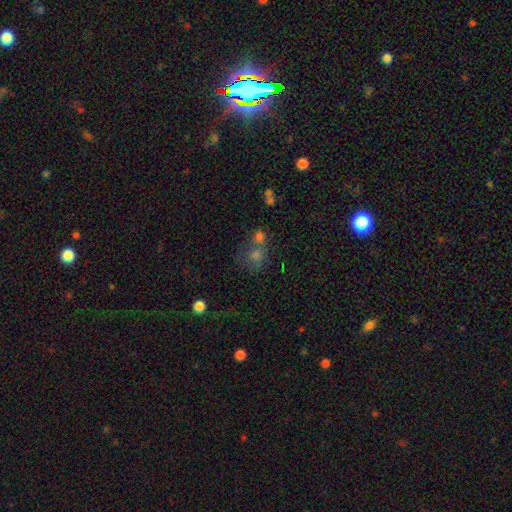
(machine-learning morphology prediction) The model was most divided on "merging": merger: 45%, none: 39%, minor disturbance: 9%, major disturbance: 6%. More confident: how rounded — round (77%); smooth or featured — smooth (67%).